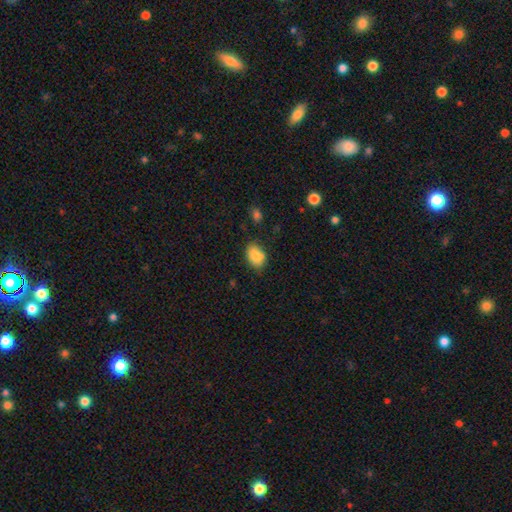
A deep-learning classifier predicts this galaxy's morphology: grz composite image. It shows a smooth galaxy with no disk features (85%) that is in between round and cigar-shaped (78%). Merging: none (75%).